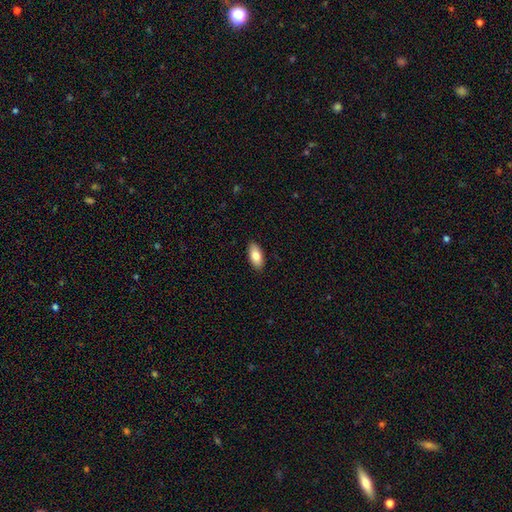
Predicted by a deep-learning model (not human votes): This is clearly a smooth galaxy (83%). How rounded: clearly in between (91%). Merging: clearly none (90%).